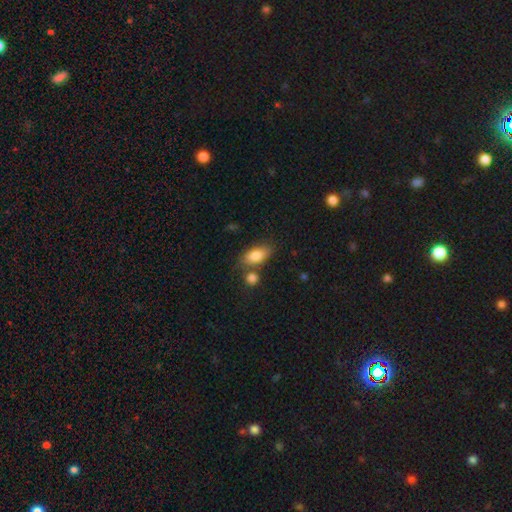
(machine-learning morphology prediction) Smooth or featured? Predicted: smooth (p=0.83). How rounded? Predicted: in between (p=0.87). Merging? Predicted: none (p=0.62).